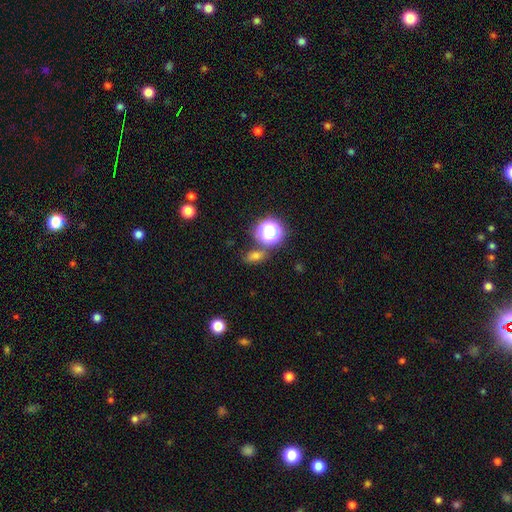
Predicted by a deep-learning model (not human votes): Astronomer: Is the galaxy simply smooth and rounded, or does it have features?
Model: smooth — 63%.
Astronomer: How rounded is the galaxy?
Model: in between — 63%.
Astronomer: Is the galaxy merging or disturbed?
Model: none — 71%.